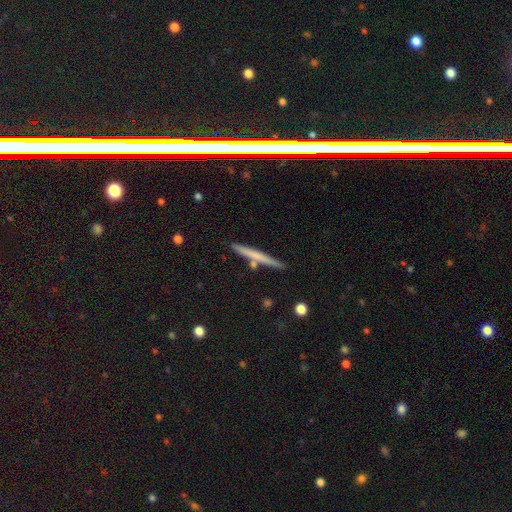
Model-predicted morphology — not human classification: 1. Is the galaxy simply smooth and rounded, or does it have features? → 54% smooth, 38% featured or disk, 8% star or artifact.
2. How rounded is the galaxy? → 96% cigar-shaped, 3% in between, 2% round.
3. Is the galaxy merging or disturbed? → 84% none, 9% minor disturbance, 5% merger, 2% major disturbance.